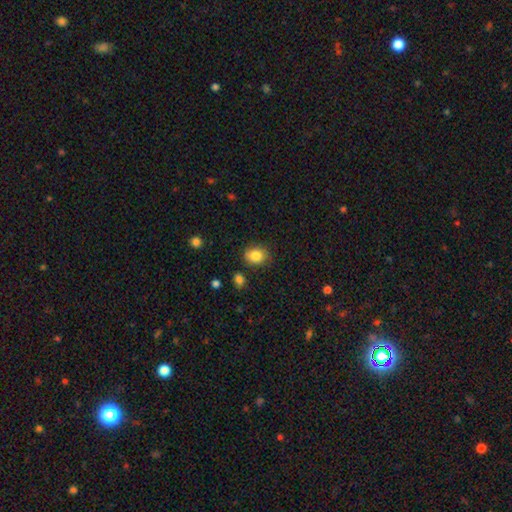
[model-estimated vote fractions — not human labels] This appears to be a smooth galaxy with no disk features (84%) that is round (56%). Merging: none (82%).